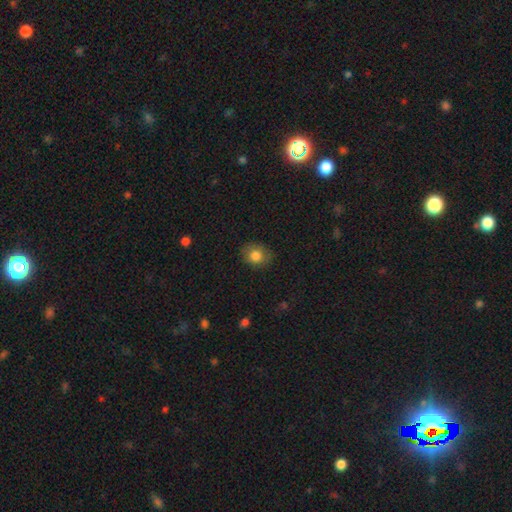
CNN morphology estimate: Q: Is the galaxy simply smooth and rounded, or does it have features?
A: smooth — 82%.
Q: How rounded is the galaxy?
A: round — 61%.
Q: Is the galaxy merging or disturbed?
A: none — 81%.